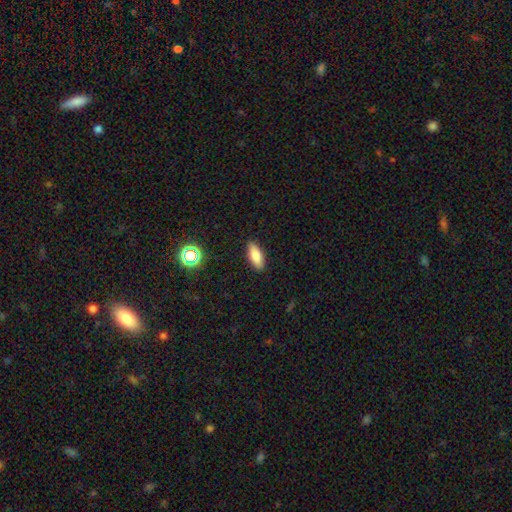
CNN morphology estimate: type=smooth (79%); roundness=in between (72%); merging=none (89%).